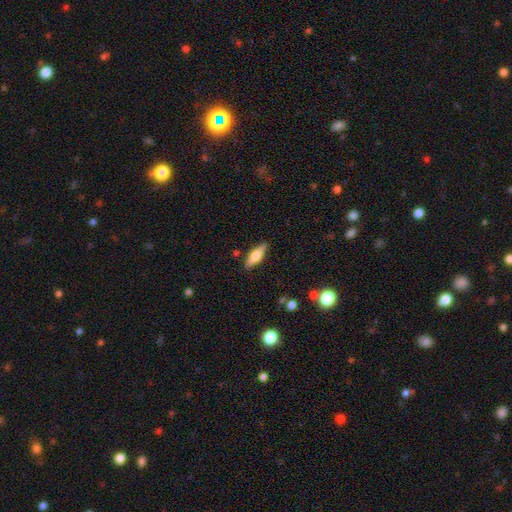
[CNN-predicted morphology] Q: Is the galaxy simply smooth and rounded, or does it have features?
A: smooth — 50%.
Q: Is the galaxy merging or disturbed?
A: none — 86%.